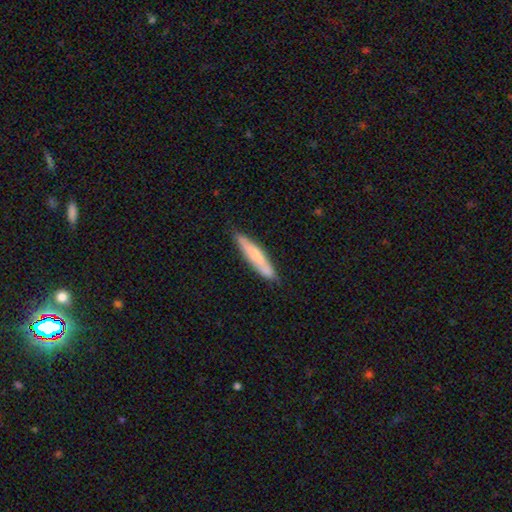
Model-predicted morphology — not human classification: smooth 63%, featured or disk 31%, star or artifact 5%. Down the decision tree: how rounded — cigar-shaped (88%); merging — none (79%).